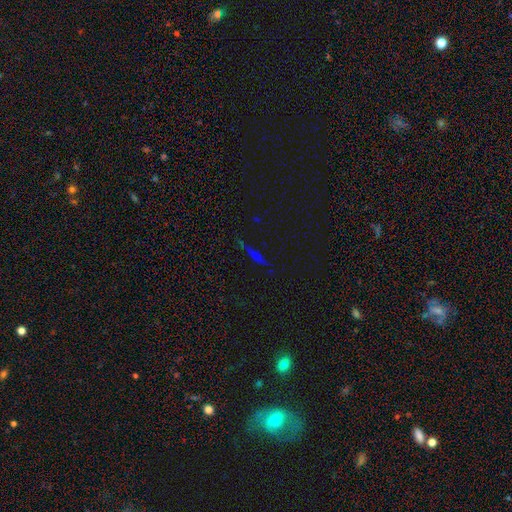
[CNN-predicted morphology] smooth-or-featured: star or artifact: 40% | smooth: 33% | featured or disk: 27%